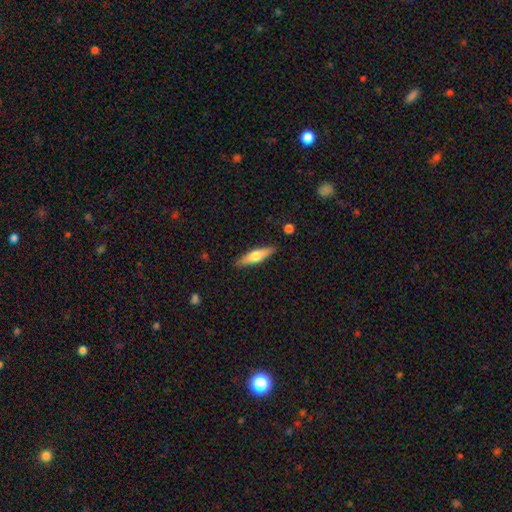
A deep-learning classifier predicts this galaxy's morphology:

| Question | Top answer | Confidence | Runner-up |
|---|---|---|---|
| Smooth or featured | smooth | 53% | featured or disk (41%) |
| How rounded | cigar-shaped | 67% | in between (31%) |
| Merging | none | 88% | minor disturbance (9%) |